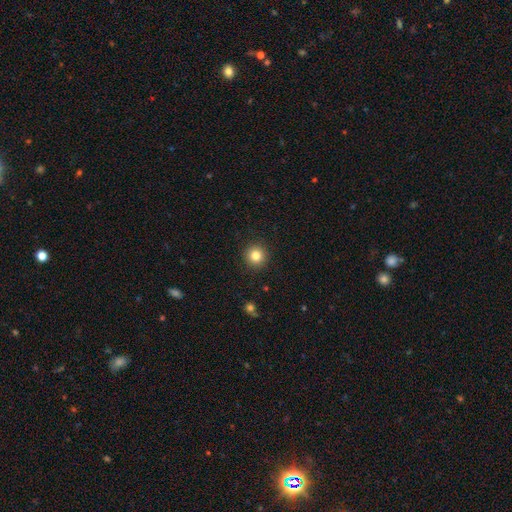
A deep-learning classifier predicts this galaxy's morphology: type=smooth (83%); roundness=round (95%); merging=none (92%).